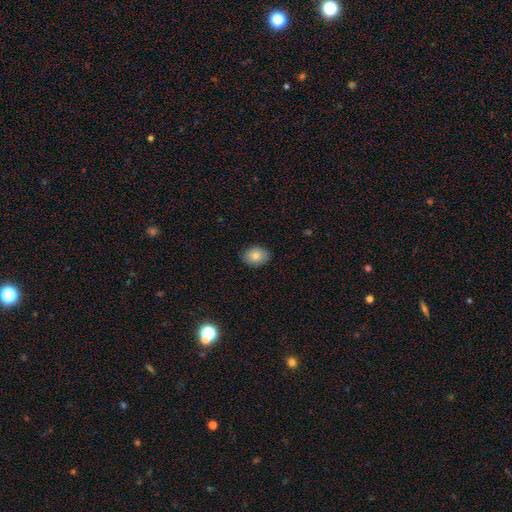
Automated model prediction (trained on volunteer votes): A smooth galaxy with no disk features (82%) that is in between round and cigar-shaped (66%). Merging: none (87%).